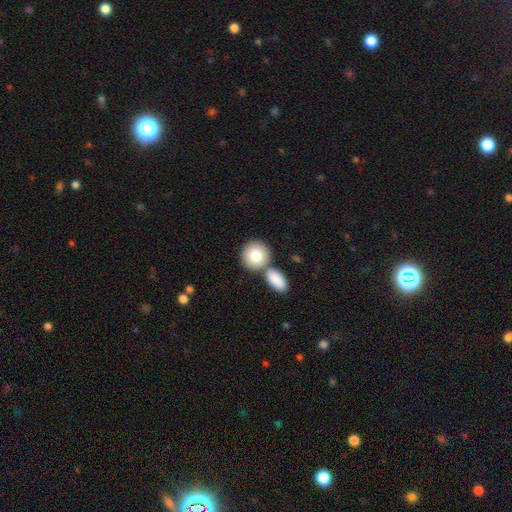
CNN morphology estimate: Smooth or featured?
  - smooth: 82% *
  - featured or disk: 12%
  - star or artifact: 6%
How rounded?
  - round: 83% *
  - in between: 16%
  - cigar-shaped: 1%
Merging?
  - none: 58% *
  - merger: 30%
  - minor disturbance: 9%
  - major disturbance: 3%